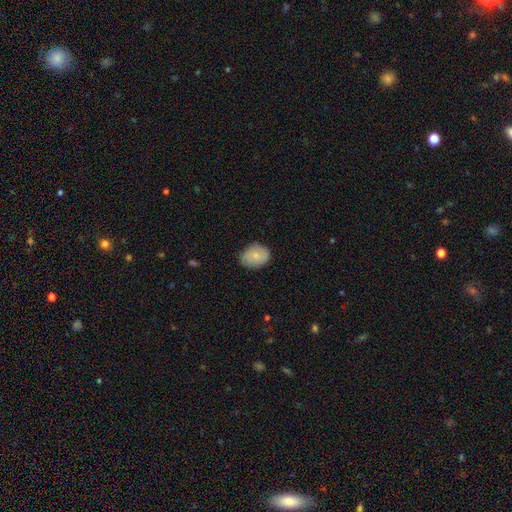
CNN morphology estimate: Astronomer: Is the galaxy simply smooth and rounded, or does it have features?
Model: smooth — 73%.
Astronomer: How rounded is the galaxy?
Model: in between — 58% (runner-up: round, 41%).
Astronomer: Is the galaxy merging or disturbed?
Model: none — 73%.